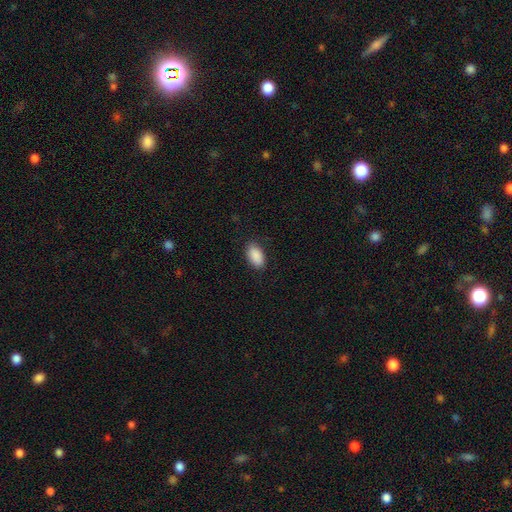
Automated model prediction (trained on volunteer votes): A smooth galaxy with no disk features (90%) that is in between round and cigar-shaped (94%).

Vote fractions:
- Smooth or featured? smooth: 90% / star or artifact: 6% / featured or disk: 3%
- How rounded? in between: 94% / round: 4% / cigar-shaped: 2%
- Merging? none: 85% / minor disturbance: 11% / major disturbance: 3% / merger: 1%